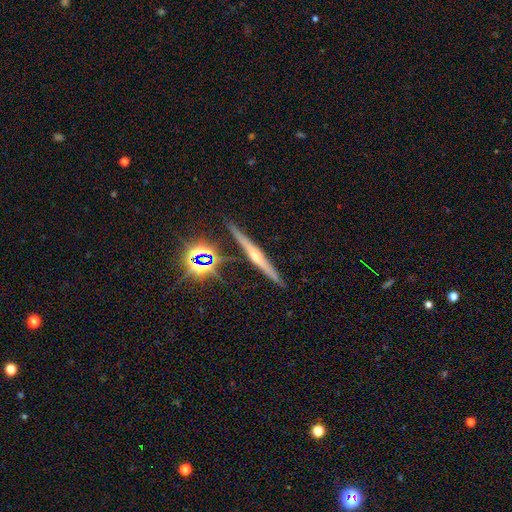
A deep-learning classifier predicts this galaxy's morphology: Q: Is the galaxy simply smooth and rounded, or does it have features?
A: featured or disk — 64%.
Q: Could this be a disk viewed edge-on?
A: yes — 96%.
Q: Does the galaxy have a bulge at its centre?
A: rounded — 82%.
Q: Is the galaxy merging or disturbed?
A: none — 88%.